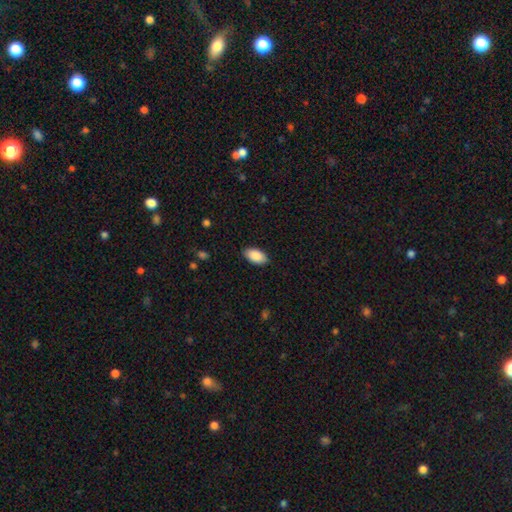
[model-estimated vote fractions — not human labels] Smooth or featured? Predicted: smooth (p=0.90). How rounded? Predicted: in between (p=0.95). Merging? Predicted: none (p=0.87).